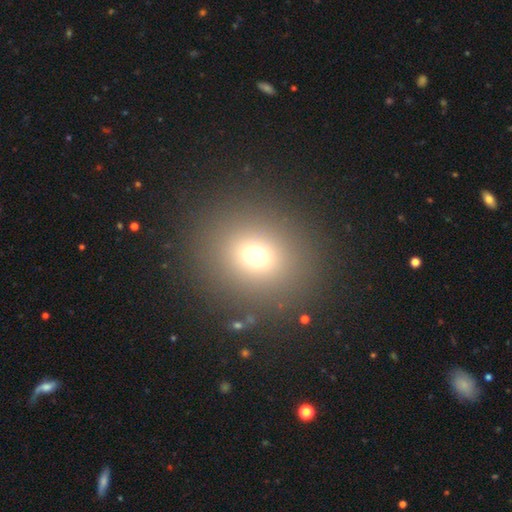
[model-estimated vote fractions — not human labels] Smooth or featured: smooth — 69% (star or artifact — 21%)
How rounded: round — 78% (in between — 21%)
Merging: none — 87% (minor disturbance — 6%)